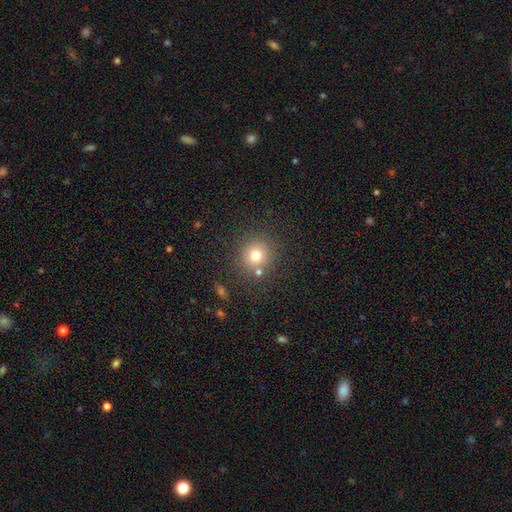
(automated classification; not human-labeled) Smooth or featured?
  - smooth: 76% *
  - star or artifact: 15%
  - featured or disk: 9%
How rounded?
  - round: 91% *
  - in between: 8%
  - cigar-shaped: 1%
Merging?
  - none: 79% *
  - merger: 9%
  - minor disturbance: 9%
  - major disturbance: 3%